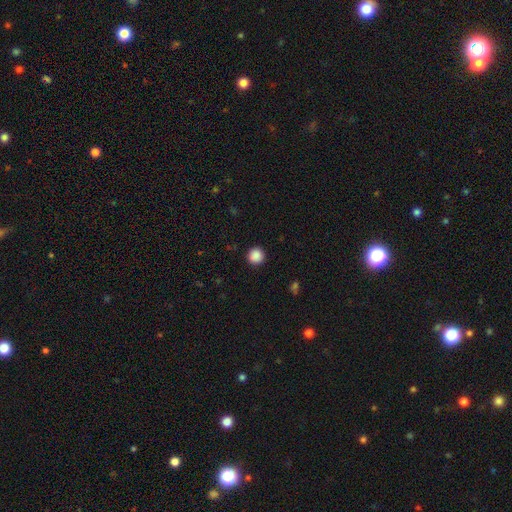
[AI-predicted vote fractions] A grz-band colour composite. It shows a smooth galaxy with no disk features (88%) that is round (95%). Merging: none (92%).